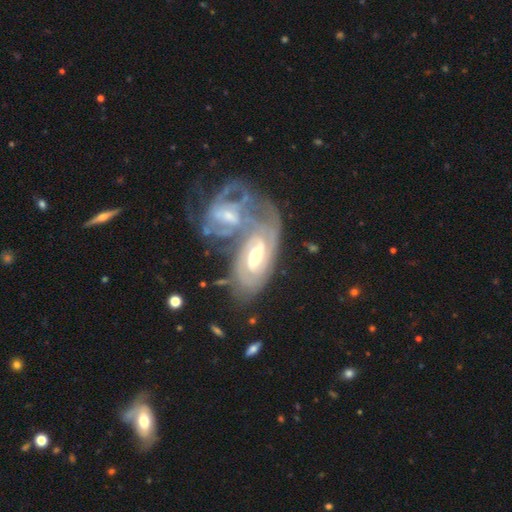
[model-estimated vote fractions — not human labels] A featured or disk galaxy (85%) with a weak bar (39%), 2 (41%) tight (67%) spiral arms (92%) and a moderate central bulge (68%). Merging: merger (61%).